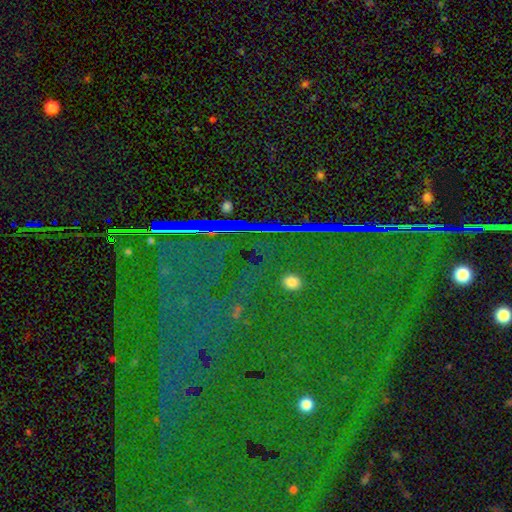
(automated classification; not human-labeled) smooth_or_featured: star or artifact (p=0.85) [alt: featured or disk p=0.09]